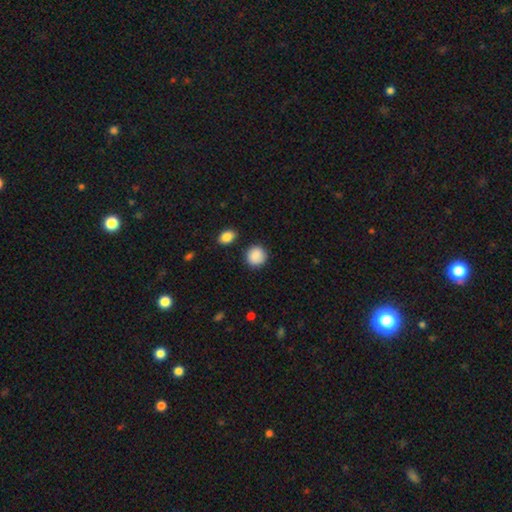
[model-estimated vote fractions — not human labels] smooth 89%, star or artifact 7%, featured or disk 3%. Down the decision tree: how rounded — round (90%); merging — none (87%).